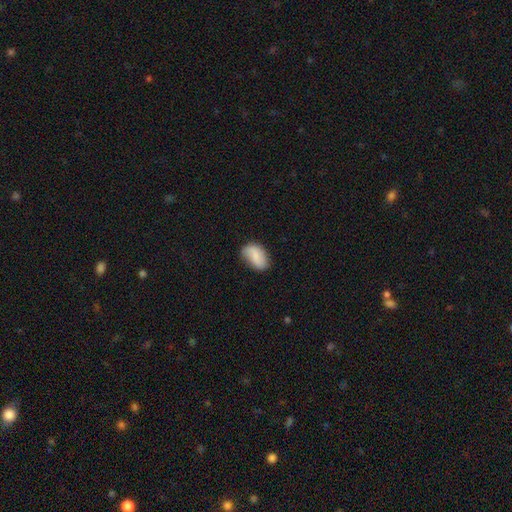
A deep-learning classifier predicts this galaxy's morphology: smooth 69%, featured or disk 24%, star or artifact 7%. Down the decision tree: how rounded — in between (90%); merging — none (64%).